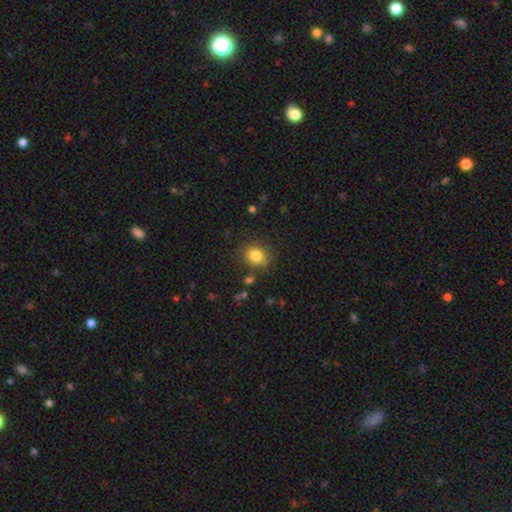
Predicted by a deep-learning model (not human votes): A smooth galaxy with no disk features (83%) that is round (61%). Merging: none (80%).